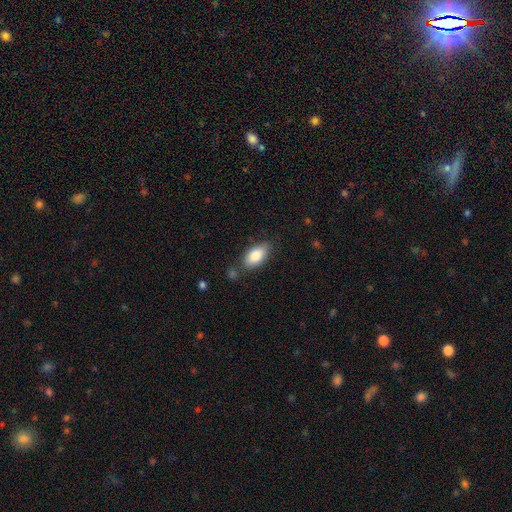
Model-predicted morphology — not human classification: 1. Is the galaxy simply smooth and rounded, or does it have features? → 82% smooth, 11% featured or disk, 7% star or artifact.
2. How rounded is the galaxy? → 91% in between, 5% cigar-shaped, 4% round.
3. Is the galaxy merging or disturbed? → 77% none, 15% minor disturbance, 5% merger, 3% major disturbance.